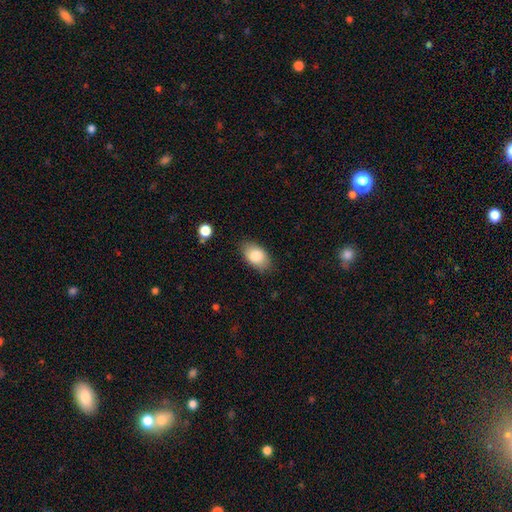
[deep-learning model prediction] Smooth or featured: smooth — 83% (featured or disk — 10%)
How rounded: in between — 90% (round — 8%)
Merging: none — 83% (minor disturbance — 13%)